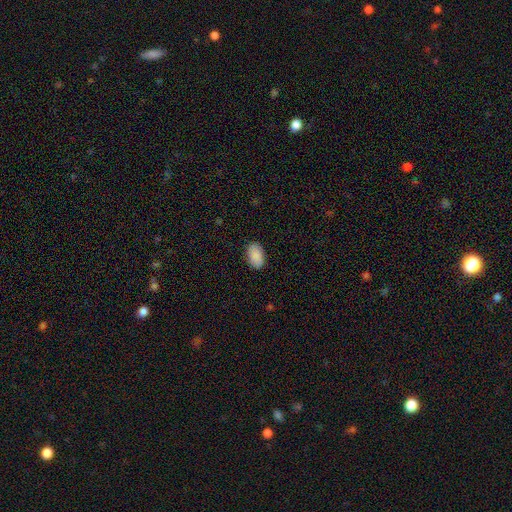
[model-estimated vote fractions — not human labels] Morphology: type=smooth (89%); roundness=in between (93%); merging=none (87%).